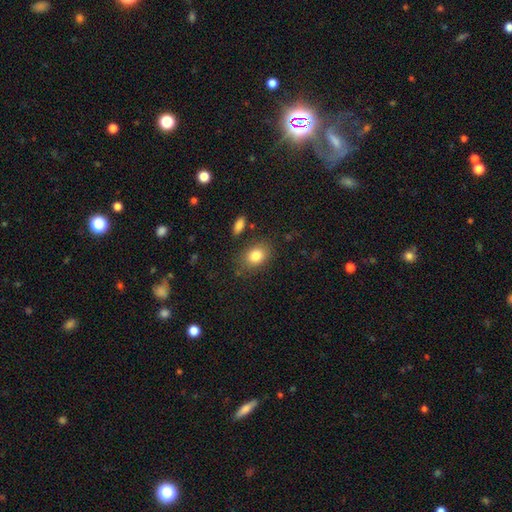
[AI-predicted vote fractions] Smooth or featured: smooth — 83% (star or artifact — 9%)
How rounded: in between — 71% (round — 28%)
Merging: none — 80% (minor disturbance — 13%)